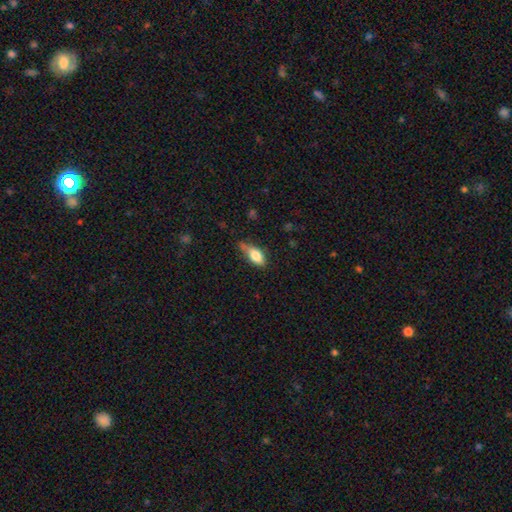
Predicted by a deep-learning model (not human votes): smooth_or_featured: smooth (p=0.77) [alt: featured or disk p=0.16]
how_rounded: in between (p=0.82) [alt: cigar-shaped p=0.14]
merging: none (p=0.50) [alt: minor disturbance p=0.36]